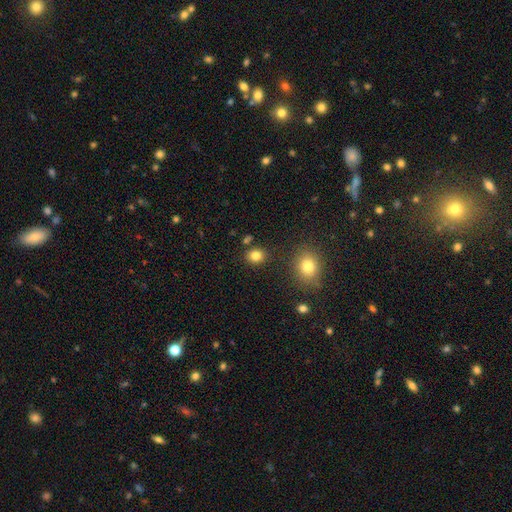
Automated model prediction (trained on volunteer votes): A smooth galaxy with no disk features (83%) that is round (66%).

Vote fractions:
- Smooth or featured? smooth: 83% / star or artifact: 12% / featured or disk: 6%
- How rounded? round: 66% / in between: 34% / cigar-shaped: 1%
- Merging? none: 84% / minor disturbance: 8% / merger: 5% / major disturbance: 3%